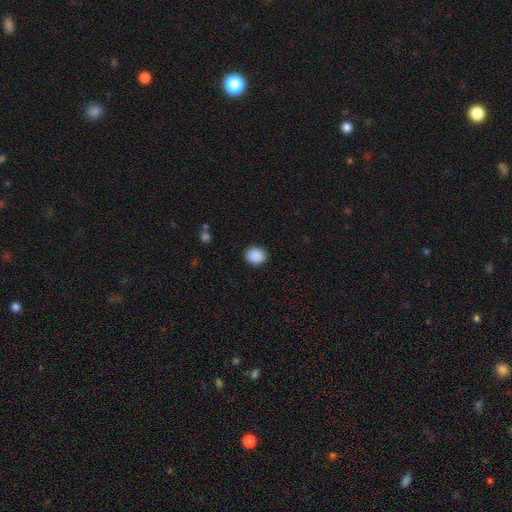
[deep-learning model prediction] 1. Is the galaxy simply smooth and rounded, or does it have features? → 90% smooth, 8% star or artifact, 2% featured or disk.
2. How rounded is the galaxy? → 71% round, 28% in between, 1% cigar-shaped.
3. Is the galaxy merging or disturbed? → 89% none, 7% minor disturbance, 2% major disturbance, 1% merger.